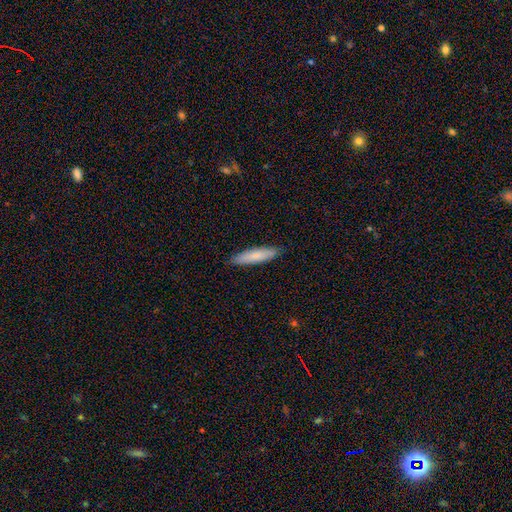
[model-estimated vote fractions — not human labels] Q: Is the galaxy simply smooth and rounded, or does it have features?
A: smooth — 79%.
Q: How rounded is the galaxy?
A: cigar-shaped — 81%.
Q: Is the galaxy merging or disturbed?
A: none — 89%.